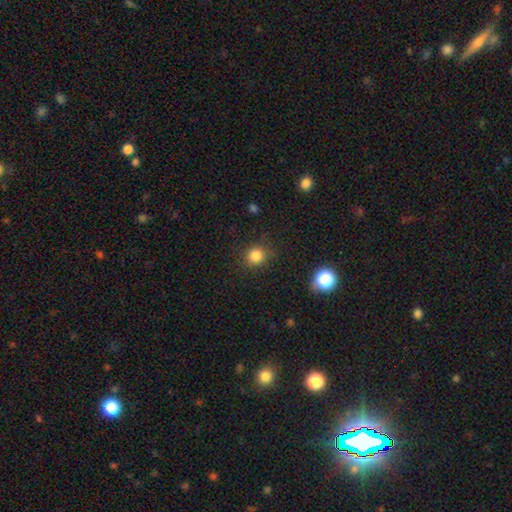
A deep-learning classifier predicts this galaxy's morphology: The model was most divided on "smooth or featured": smooth: 83%, star or artifact: 13%, featured or disk: 4%. More confident: how rounded — round (89%); merging — none (84%).